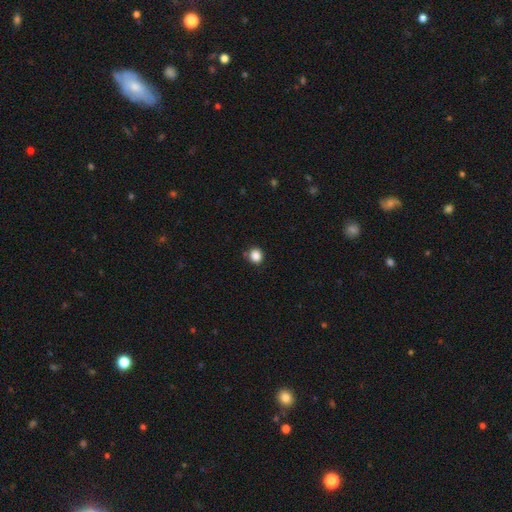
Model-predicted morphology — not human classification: The model was most divided on "how rounded": round: 81%, in between: 18%, cigar-shaped: 1%. More confident: smooth or featured — smooth (86%); merging — none (82%).